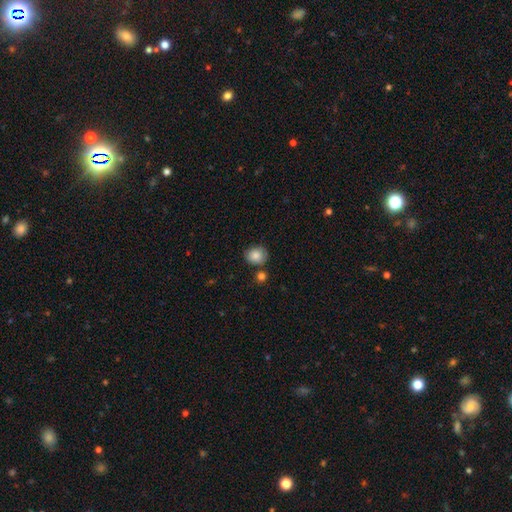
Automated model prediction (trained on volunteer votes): Smooth or featured? Predicted: smooth (p=0.84). How rounded? Predicted: round (p=0.70). Merging? Predicted: none (p=0.72).